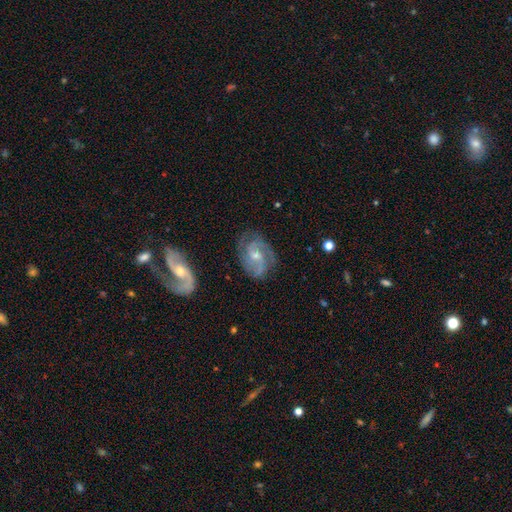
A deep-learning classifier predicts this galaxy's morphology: This is clearly a featured or disk galaxy (85%). It is clearly not viewed edge-on (97%). Bar: possibly no (49%). Spiral arm pattern: clearly yes (96%). Spiral arm count: possibly 2 (52%). Spiral winding: possibly medium (49%). Central bulge: possibly moderate (53%). Merging: likely none (74%).